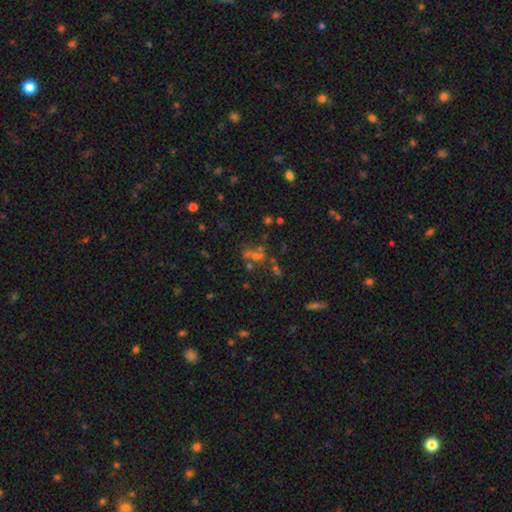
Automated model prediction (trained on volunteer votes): Smooth or featured?
  - star or artifact: 45% *
  - smooth: 35%
  - featured or disk: 21%